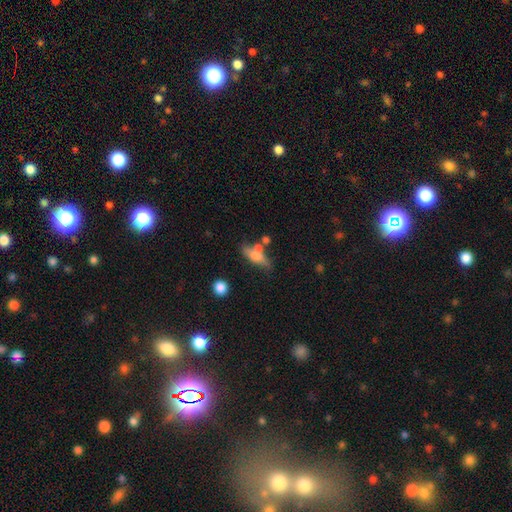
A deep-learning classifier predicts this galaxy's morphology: This appears to be a smooth galaxy with no disk features (58%) that is in between round and cigar-shaped (51%). Merging: none (52%).